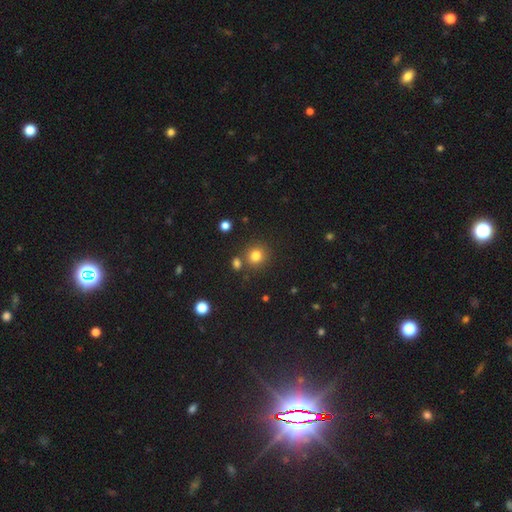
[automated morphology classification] smooth 80%, star or artifact 14%, featured or disk 6%. Down the decision tree: how rounded — round (87%); merging — none (77%).